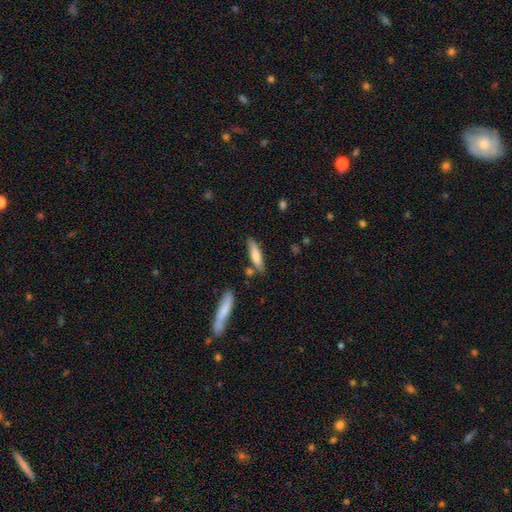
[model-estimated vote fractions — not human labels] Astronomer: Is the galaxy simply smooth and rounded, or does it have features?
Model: smooth — 73%.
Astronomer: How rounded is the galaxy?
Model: cigar-shaped — 73%.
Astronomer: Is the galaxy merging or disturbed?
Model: none — 73%.